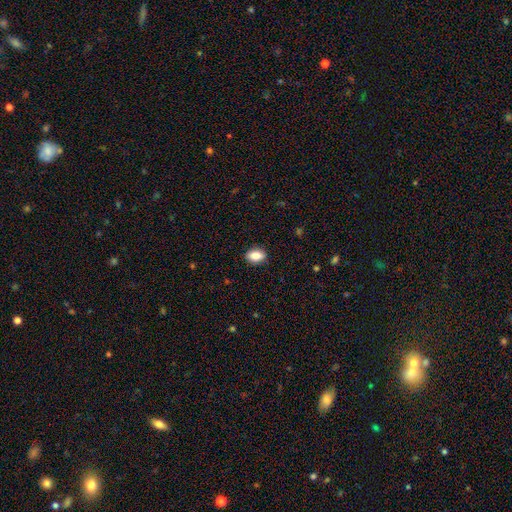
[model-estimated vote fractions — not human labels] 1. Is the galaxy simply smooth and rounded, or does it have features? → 85% smooth, 8% star or artifact, 7% featured or disk.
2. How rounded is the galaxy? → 85% in between, 13% round, 2% cigar-shaped.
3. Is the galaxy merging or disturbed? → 89% none, 8% minor disturbance, 2% major disturbance, 1% merger.